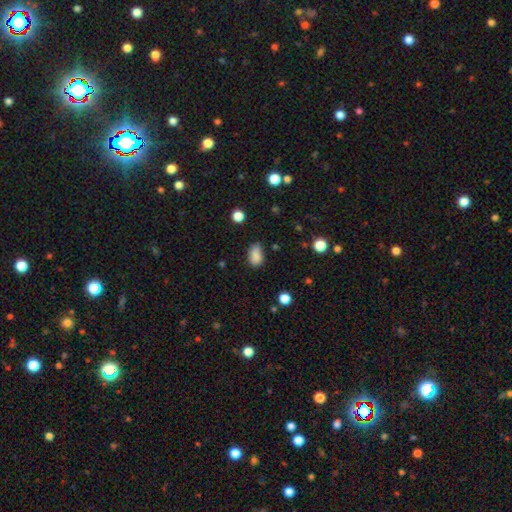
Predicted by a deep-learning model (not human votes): This appears to be a smooth galaxy with no disk features (84%) that is in between round and cigar-shaped (89%). Merging: none (65%).